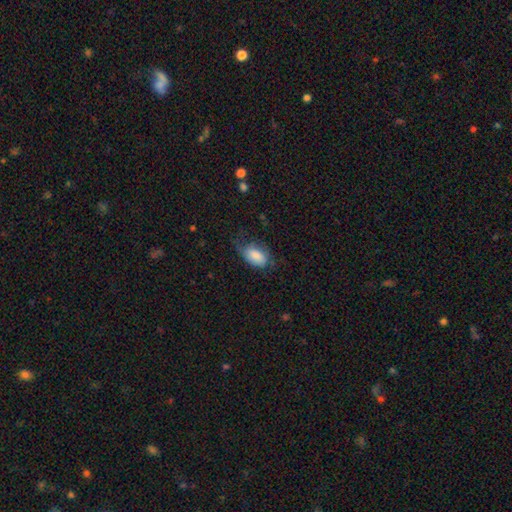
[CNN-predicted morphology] A smooth galaxy with no disk features (78%) that is in between round and cigar-shaped (92%). Merging: none (42%).